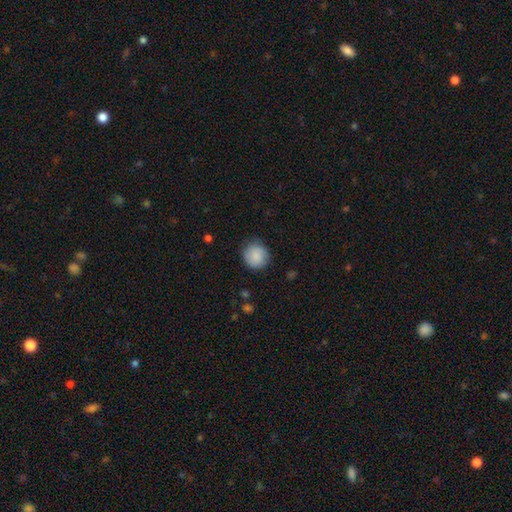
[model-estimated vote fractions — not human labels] A smooth galaxy with no disk features (88%) that is round (90%).

Vote fractions:
- Smooth or featured? smooth: 88% / star or artifact: 7% / featured or disk: 5%
- How rounded? round: 90% / in between: 9% / cigar-shaped: 1%
- Merging? none: 83% / minor disturbance: 13% / major disturbance: 3% / merger: 1%